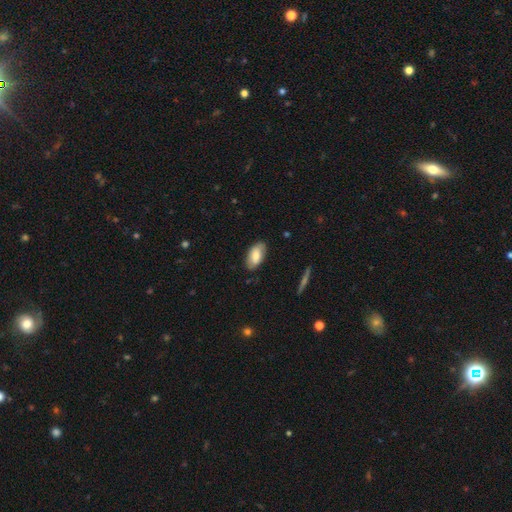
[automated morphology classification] smooth 72%, featured or disk 22%, star or artifact 6%. Down the decision tree: how rounded — in between (94%); merging — none (81%).